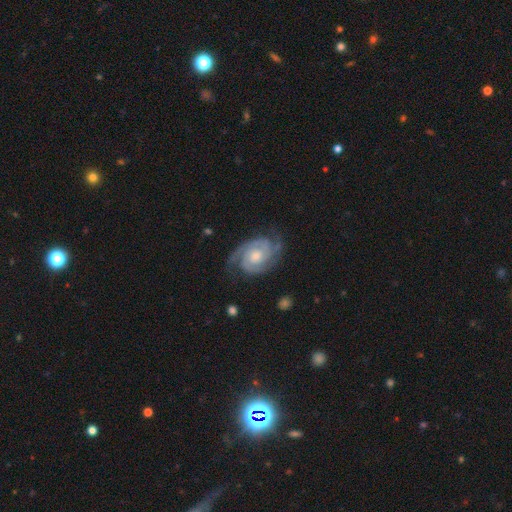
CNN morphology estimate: The model was most divided on "bulge size": moderate: 55%, small: 36%, large: 5%, none: 3%, dominant: 1%. More confident: spiral arms — yes (98%); edge-on disk — no (98%); smooth or featured — featured or disk (91%); merging — none (75%); bar — no (70%); spiral arm count — 2 (68%); spiral winding — tight (62%).